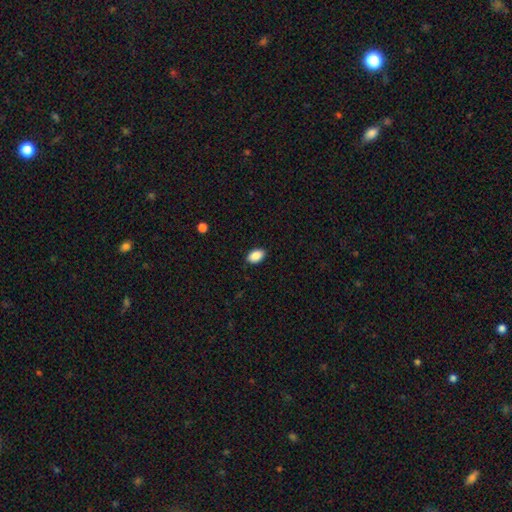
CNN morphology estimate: Smooth or featured? Predicted: smooth (p=0.90). How rounded? Predicted: in between (p=0.91). Merging? Predicted: none (p=0.89).